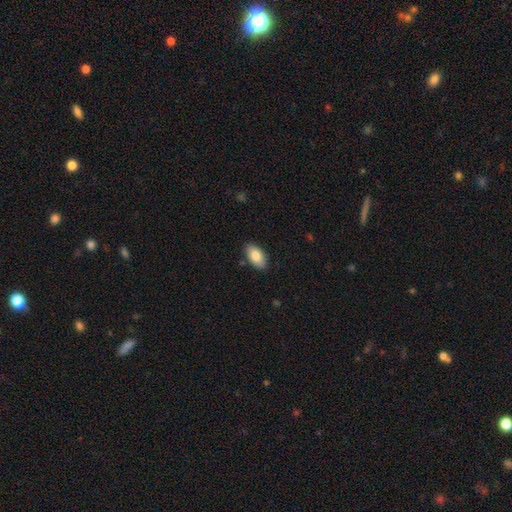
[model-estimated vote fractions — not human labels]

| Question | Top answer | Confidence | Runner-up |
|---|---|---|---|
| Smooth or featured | smooth | 84% | featured or disk (10%) |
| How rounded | in between | 94% | cigar-shaped (3%) |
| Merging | none | 87% | minor disturbance (10%) |